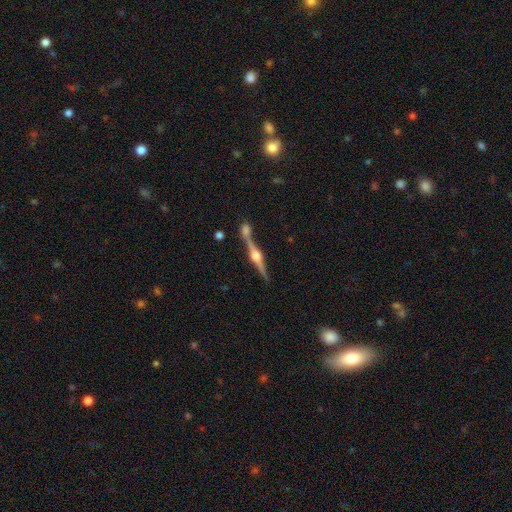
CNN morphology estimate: featured or disk 86%, smooth 8%, star or artifact 6%. Down the decision tree: edge-on disk — yes (98%); edge-on bulge — rounded (95%); merging — none (71%).